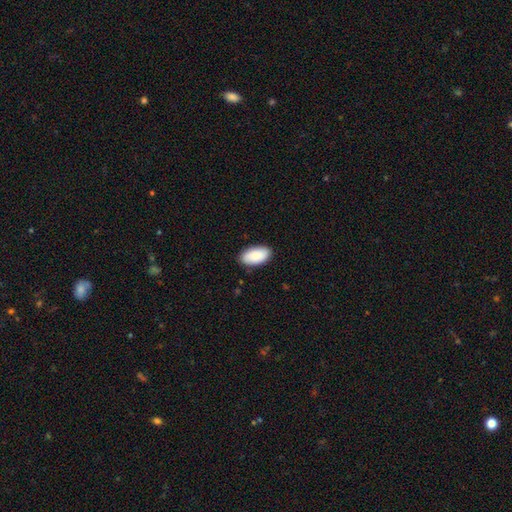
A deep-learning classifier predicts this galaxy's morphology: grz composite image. It shows a smooth galaxy with no disk features (87%) that is in between round and cigar-shaped (95%). Merging: none (87%).